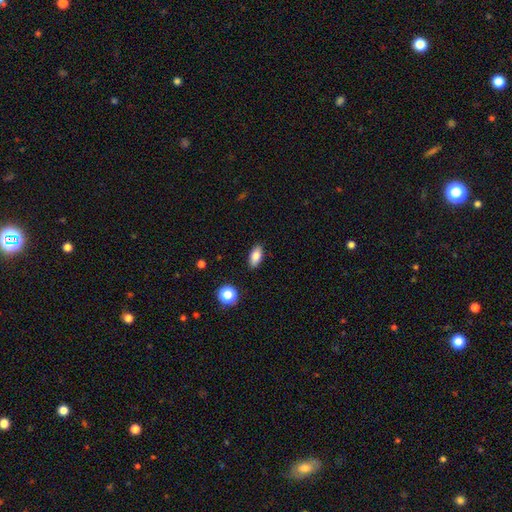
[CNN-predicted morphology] smooth-or-featured: smooth: 83% | star or artifact: 9% | featured or disk: 8%
  how-rounded: in between: 87% | cigar-shaped: 8% | round: 5%
  merging: none: 88% | minor disturbance: 8% | major disturbance: 2% | merger: 1%